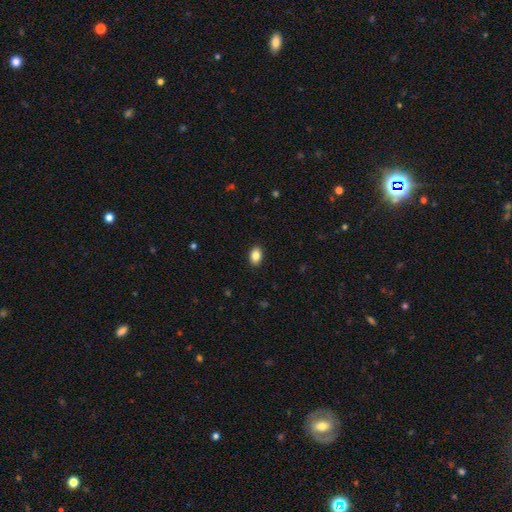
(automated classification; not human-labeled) Smooth or featured? smooth (86%)
How rounded? in between (84%)
Merging? none (90%)